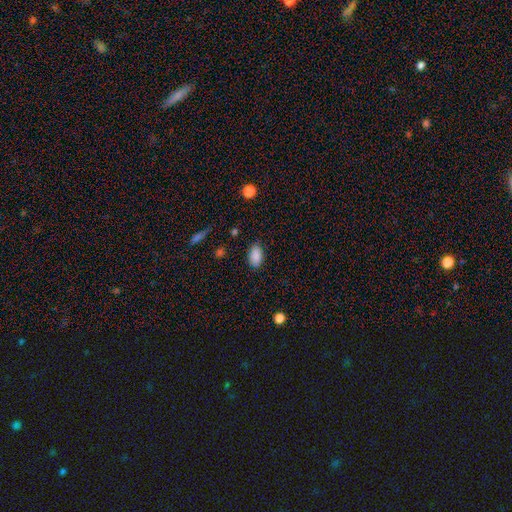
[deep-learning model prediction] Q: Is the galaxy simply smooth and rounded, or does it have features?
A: smooth — 88%.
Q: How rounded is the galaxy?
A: in between — 92%.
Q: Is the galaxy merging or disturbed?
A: none — 84%.